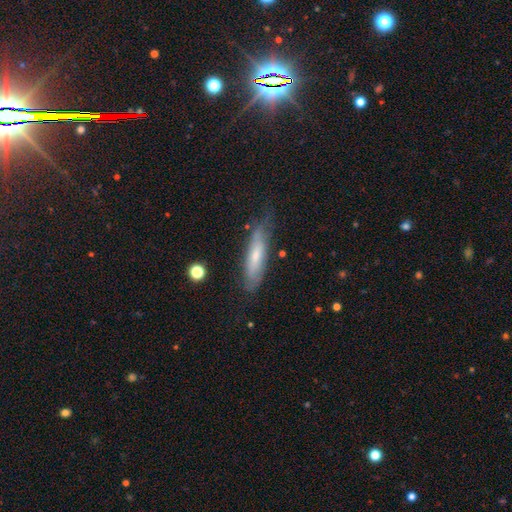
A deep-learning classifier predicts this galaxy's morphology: This is possibly a smooth galaxy (53%). How rounded: likely cigar-shaped (72%). Merging: likely none (61%).